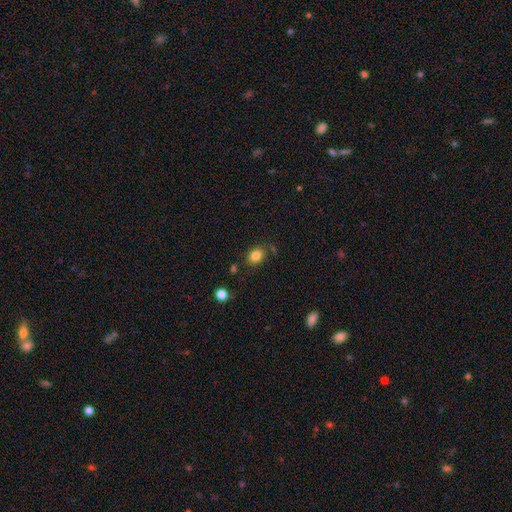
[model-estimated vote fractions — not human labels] smooth_or_featured: smooth (p=0.83) [alt: star or artifact p=0.10]
how_rounded: in between (p=0.64) [alt: round p=0.34]
merging: none (p=0.74) [alt: minor disturbance p=0.17]